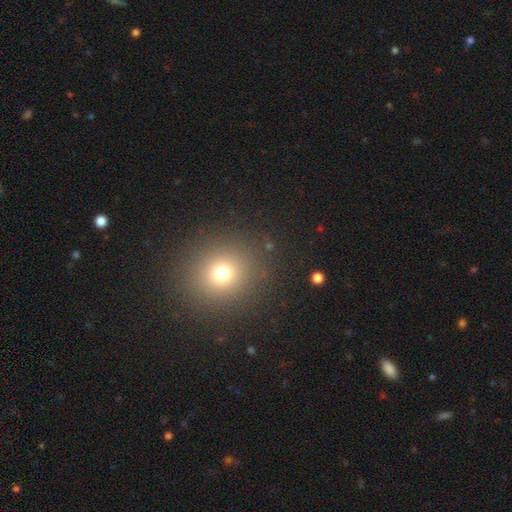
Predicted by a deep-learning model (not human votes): Smooth or featured: smooth — 65% (star or artifact — 27%)
How rounded: round — 87% (in between — 12%)
Merging: none — 92% (minor disturbance — 5%)